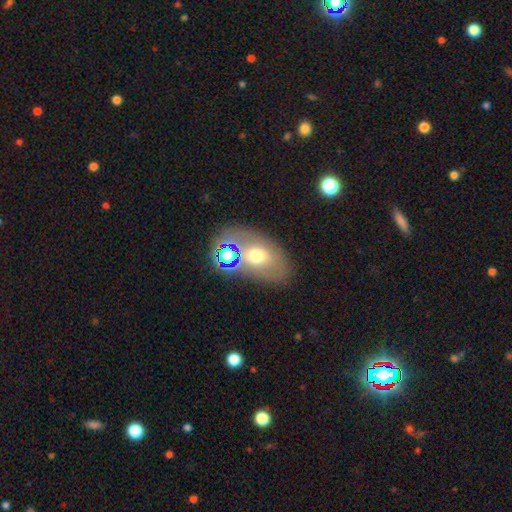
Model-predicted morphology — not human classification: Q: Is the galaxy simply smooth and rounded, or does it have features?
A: smooth — 56%.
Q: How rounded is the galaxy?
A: in between — 81%.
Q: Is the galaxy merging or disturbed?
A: none — 65%.